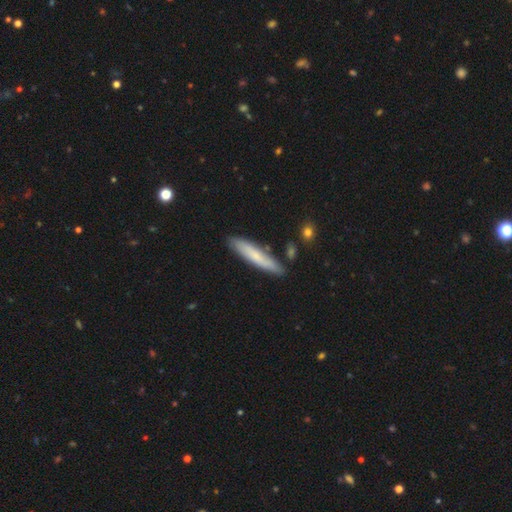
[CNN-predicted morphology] This is likely a smooth galaxy (66%). How rounded: clearly cigar-shaped (89%). Merging: clearly none (83%).